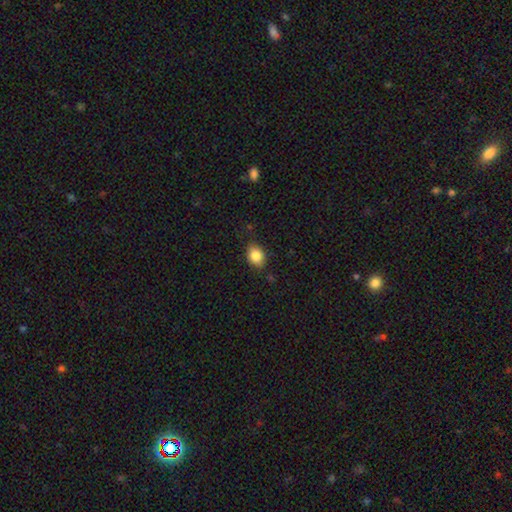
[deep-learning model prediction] smooth-or-featured: smooth: 85% | star or artifact: 9% | featured or disk: 6%
  how-rounded: in between: 64% | round: 35% | cigar-shaped: 1%
  merging: none: 81% | minor disturbance: 15% | major disturbance: 3% | merger: 2%